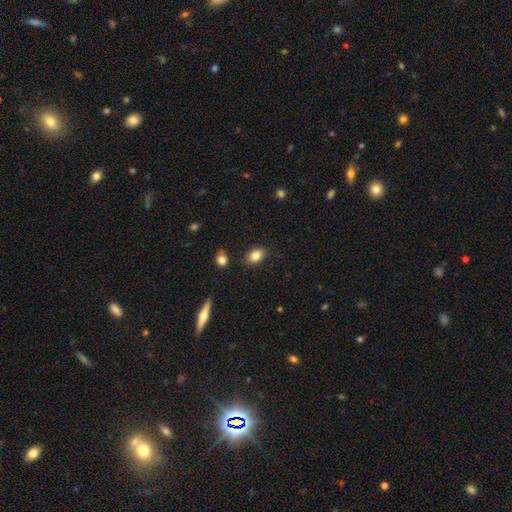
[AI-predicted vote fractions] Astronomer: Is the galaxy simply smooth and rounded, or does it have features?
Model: smooth — 83%.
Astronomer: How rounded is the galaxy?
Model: in between — 81%.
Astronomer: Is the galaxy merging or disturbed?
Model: none — 81%.